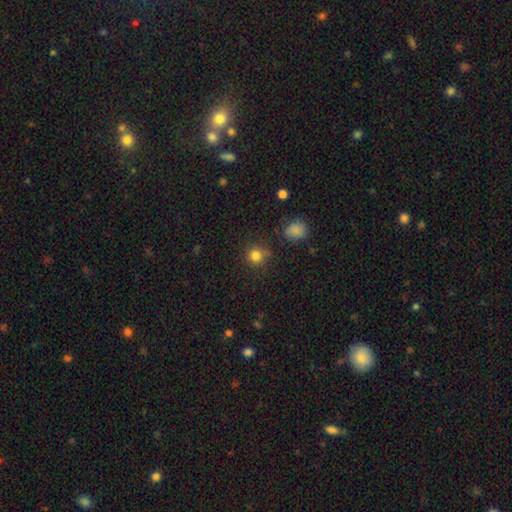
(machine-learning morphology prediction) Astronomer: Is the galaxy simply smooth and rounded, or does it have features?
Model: smooth — 81%.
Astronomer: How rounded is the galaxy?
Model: round — 92%.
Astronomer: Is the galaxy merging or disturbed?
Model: none — 79%.